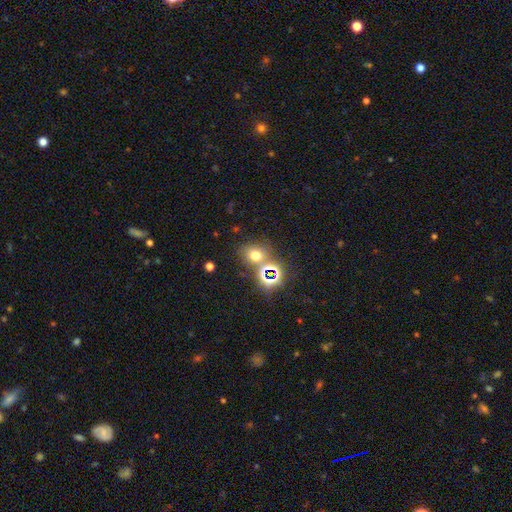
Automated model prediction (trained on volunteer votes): Smooth or featured: smooth — 59% (star or artifact — 32%)
How rounded: round — 65% (in between — 34%)
Merging: none — 66% (merger — 19%)